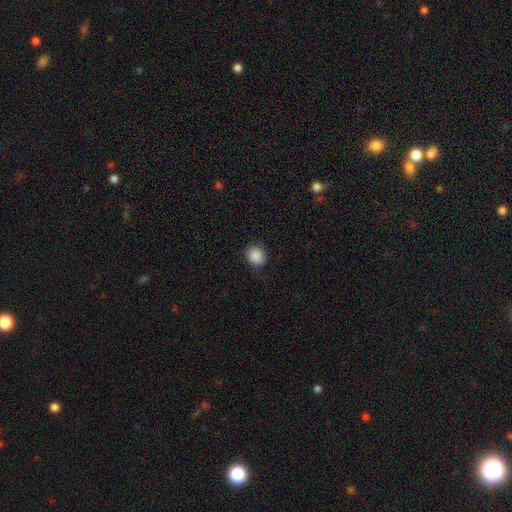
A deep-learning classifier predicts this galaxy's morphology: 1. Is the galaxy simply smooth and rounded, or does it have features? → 89% smooth, 8% star or artifact, 3% featured or disk.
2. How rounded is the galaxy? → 73% round, 26% in between, 1% cigar-shaped.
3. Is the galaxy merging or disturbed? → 85% none, 11% minor disturbance, 3% major disturbance, 1% merger.